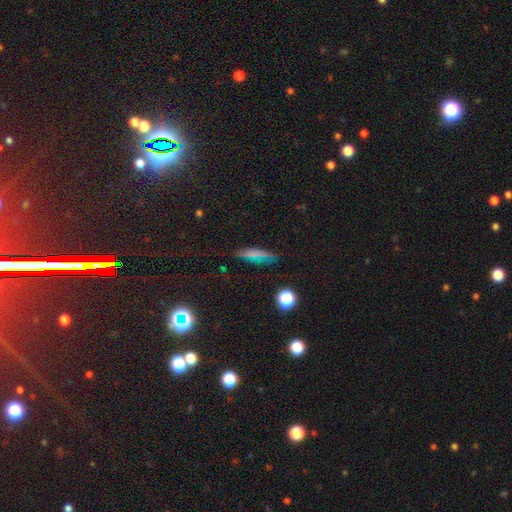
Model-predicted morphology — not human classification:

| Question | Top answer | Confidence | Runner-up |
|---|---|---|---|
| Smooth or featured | smooth | 57% | star or artifact (22%) |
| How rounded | cigar-shaped | 67% | in between (27%) |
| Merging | none | 81% | minor disturbance (13%) |